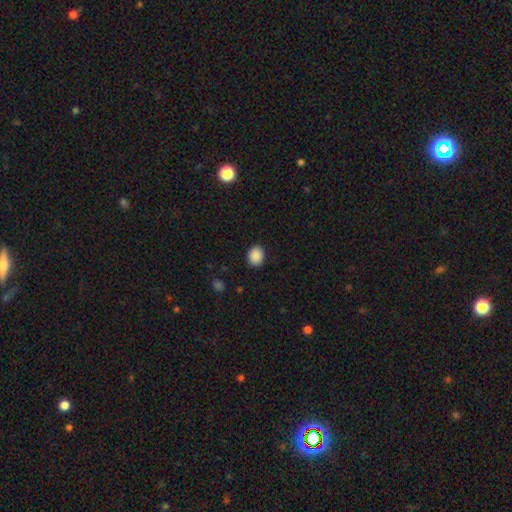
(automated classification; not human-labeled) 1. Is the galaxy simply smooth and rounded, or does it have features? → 89% smooth, 8% star or artifact, 3% featured or disk.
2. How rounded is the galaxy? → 52% round, 47% in between, 1% cigar-shaped.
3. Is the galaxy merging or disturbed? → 89% none, 8% minor disturbance, 2% major disturbance, 1% merger.